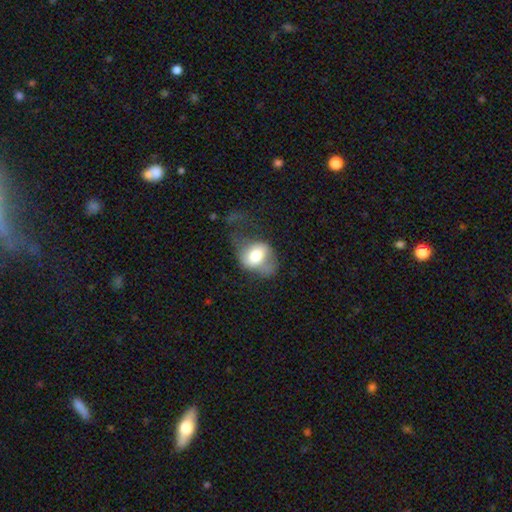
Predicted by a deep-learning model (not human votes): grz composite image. It shows a smooth galaxy with no disk features (65%) that is in between round and cigar-shaped (63%). Merging: major disturbance (43%).